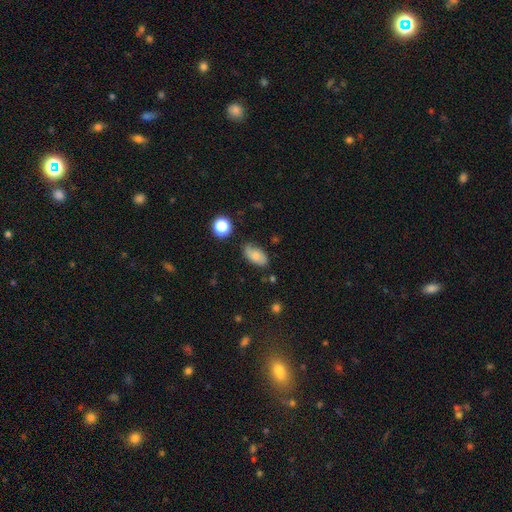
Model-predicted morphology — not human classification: The model was most divided on "merging": none: 66%, minor disturbance: 25%, major disturbance: 6%, merger: 3%. More confident: how rounded — in between (91%); smooth or featured — smooth (70%).